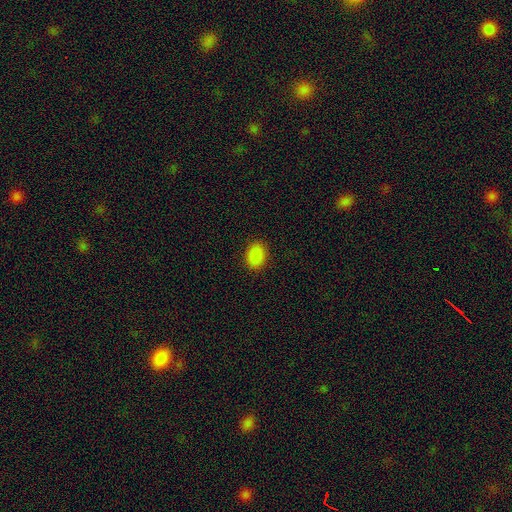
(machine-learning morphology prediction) type=smooth (88%); roundness=in between (73%); merging=none (88%).